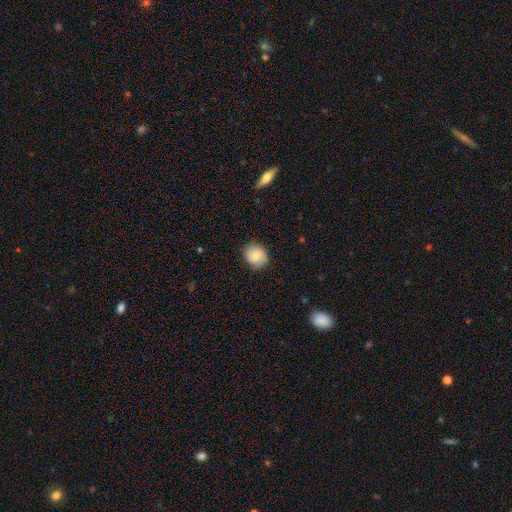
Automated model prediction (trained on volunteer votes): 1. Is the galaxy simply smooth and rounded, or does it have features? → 79% smooth, 13% featured or disk, 8% star or artifact.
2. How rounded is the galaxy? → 74% round, 26% in between, 1% cigar-shaped.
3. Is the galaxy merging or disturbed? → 82% none, 14% minor disturbance, 3% major disturbance, 1% merger.